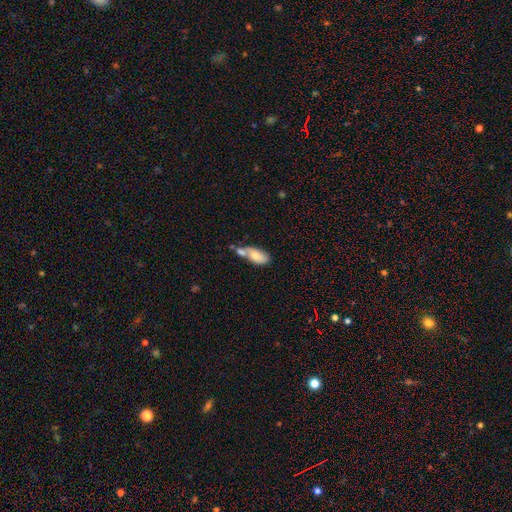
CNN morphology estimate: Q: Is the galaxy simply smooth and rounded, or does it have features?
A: smooth — 71%.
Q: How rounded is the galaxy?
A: in between — 86%.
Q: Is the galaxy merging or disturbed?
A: merger — 47%.